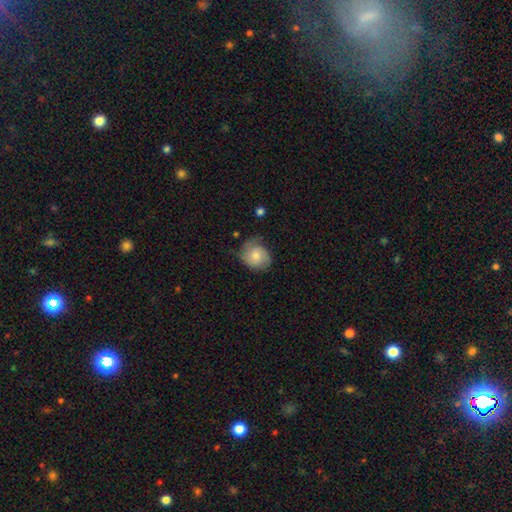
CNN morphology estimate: smooth-or-featured: smooth: 59% | featured or disk: 34% | star or artifact: 7%
  how-rounded: round: 67% | in between: 32% | cigar-shaped: 1%
  merging: none: 54% | minor disturbance: 33% | major disturbance: 11% | merger: 2%